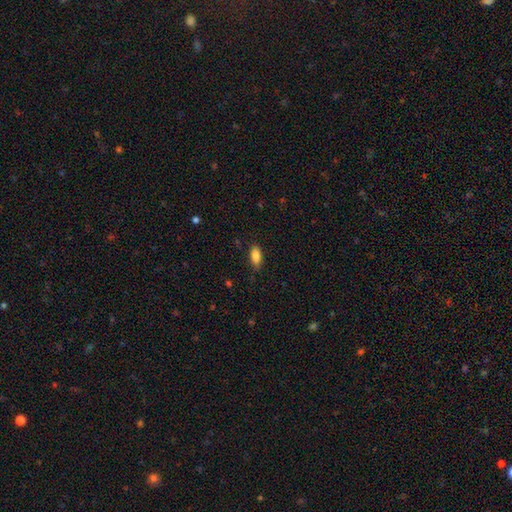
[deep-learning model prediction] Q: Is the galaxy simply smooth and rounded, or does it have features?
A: smooth — 85%.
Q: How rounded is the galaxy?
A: in between — 87%.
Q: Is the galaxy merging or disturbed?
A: none — 83%.